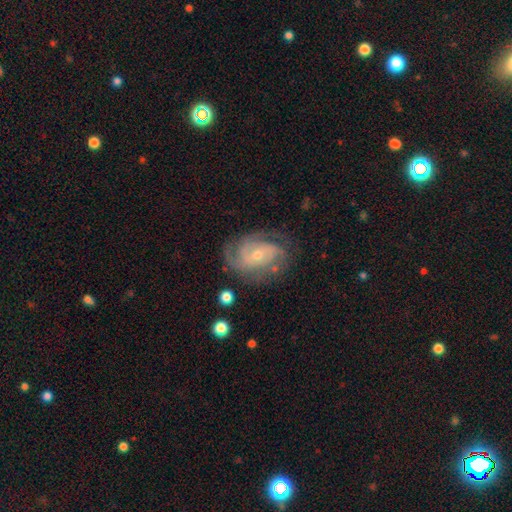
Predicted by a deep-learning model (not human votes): Overall: featured or disk (84%). Edge-on disk: no (97%). Bar: no (61%; weak 31%). Spiral arms: yes (95%). Spiral arm count: 2 (32%; 3 29%). Spiral winding: tight (52%; medium 38%). Bulge size: small (60%; moderate 36%). Merging: none (68%).